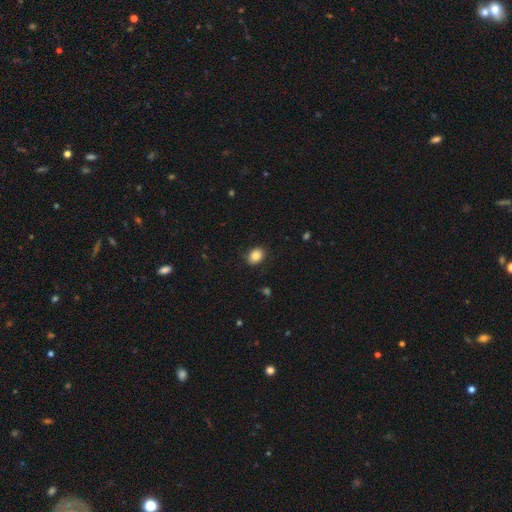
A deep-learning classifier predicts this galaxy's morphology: smooth-or-featured: smooth: 86% | star or artifact: 9% | featured or disk: 5%
  how-rounded: in between: 67% | round: 32% | cigar-shaped: 1%
  merging: none: 85% | minor disturbance: 11% | major disturbance: 3% | merger: 1%